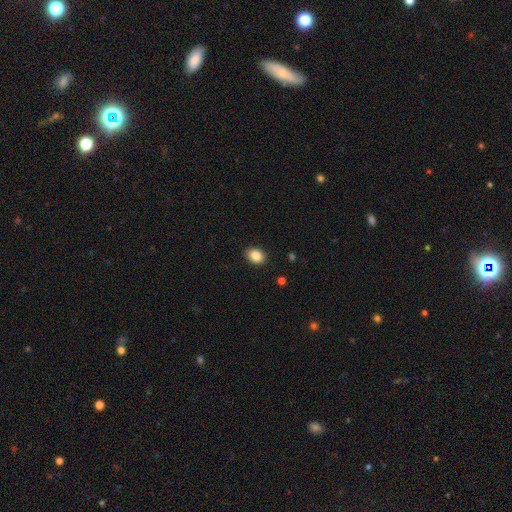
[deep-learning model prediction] A smooth galaxy with no disk features (87%) that is in between round and cigar-shaped (69%). Merging: none (89%).